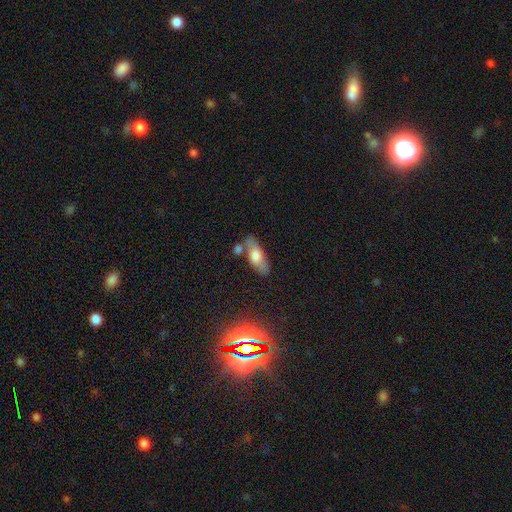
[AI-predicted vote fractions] A smooth galaxy with no disk features (63%) that is in between round and cigar-shaped (72%).

Vote fractions:
- Smooth or featured? smooth: 63% / featured or disk: 29% / star or artifact: 8%
- How rounded? in between: 72% / cigar-shaped: 25% / round: 4%
- Merging? none: 62% / minor disturbance: 17% / merger: 15% / major disturbance: 5%